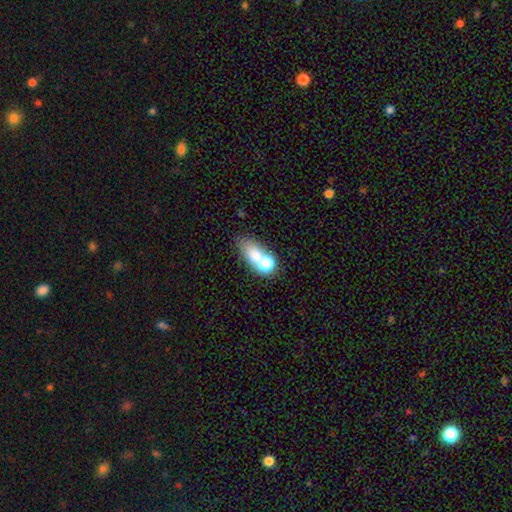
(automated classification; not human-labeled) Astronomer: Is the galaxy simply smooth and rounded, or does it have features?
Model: smooth — 66%.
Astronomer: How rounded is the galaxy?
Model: in between — 69%.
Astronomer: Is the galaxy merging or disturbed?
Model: merger — 50% (runner-up: none, 33%).